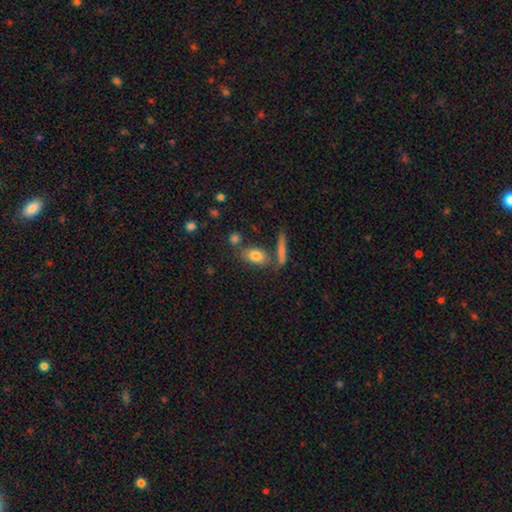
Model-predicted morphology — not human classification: A smooth galaxy with no disk features (78%) that is in between round and cigar-shaped (81%).

Vote fractions:
- Smooth or featured? smooth: 78% / featured or disk: 13% / star or artifact: 8%
- How rounded? in between: 81% / round: 10% / cigar-shaped: 9%
- Merging? none: 68% / merger: 15% / minor disturbance: 13% / major disturbance: 5%